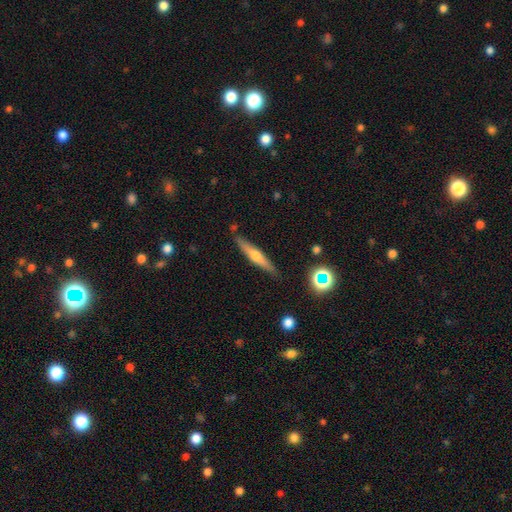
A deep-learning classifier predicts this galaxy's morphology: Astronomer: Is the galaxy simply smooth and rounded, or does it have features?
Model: featured or disk — 54% (runner-up: smooth, 38%).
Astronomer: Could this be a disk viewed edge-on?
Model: yes — 94%.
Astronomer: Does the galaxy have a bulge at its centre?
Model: rounded — 85%.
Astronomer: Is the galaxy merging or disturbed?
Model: none — 86%.